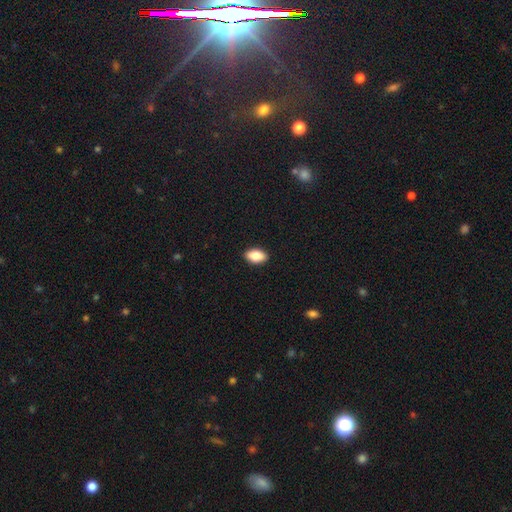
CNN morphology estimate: The model was most divided on "smooth or featured": smooth: 84%, featured or disk: 8%, star or artifact: 7%. More confident: merging — none (91%); how rounded — in between (91%).